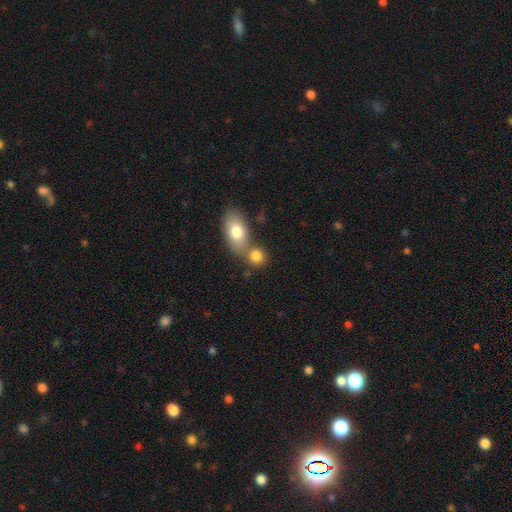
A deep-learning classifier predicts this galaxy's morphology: This appears to be a smooth galaxy with no disk features (81%) that is round (56%). Merging: merger (47%).